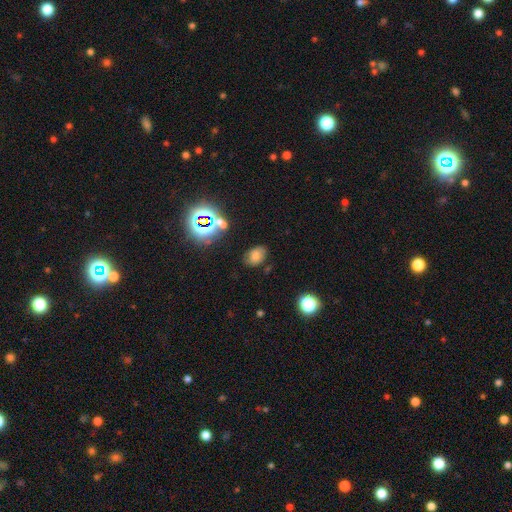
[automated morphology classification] The model was most divided on "smooth or featured": smooth: 69%, star or artifact: 19%, featured or disk: 11%. More confident: how rounded — in between (81%); merging — none (74%).